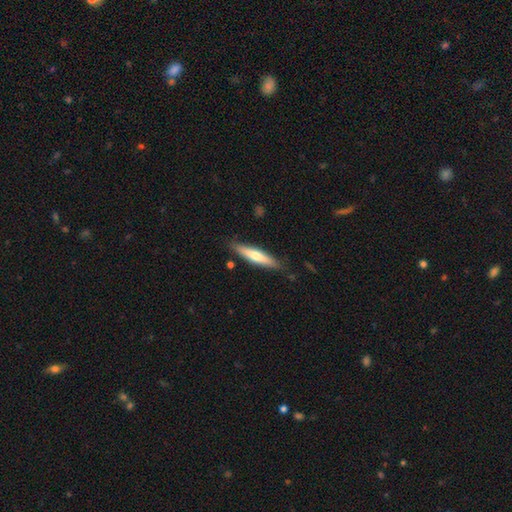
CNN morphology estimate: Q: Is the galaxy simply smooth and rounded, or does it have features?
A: smooth — 53%.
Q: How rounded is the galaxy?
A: cigar-shaped — 84%.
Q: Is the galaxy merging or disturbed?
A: none — 85%.